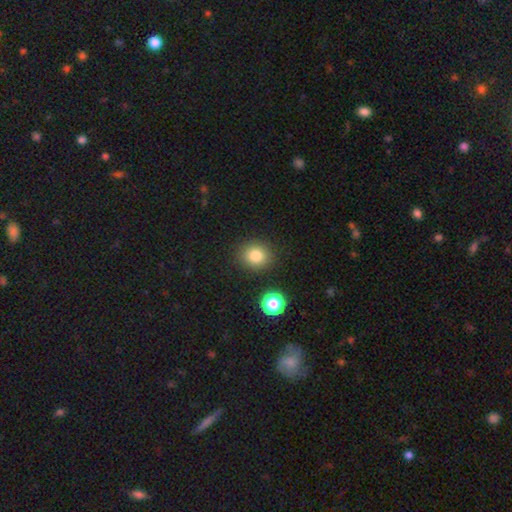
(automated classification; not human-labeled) smooth 81%, star or artifact 12%, featured or disk 7%. Down the decision tree: how rounded — round (80%); merging — none (86%).